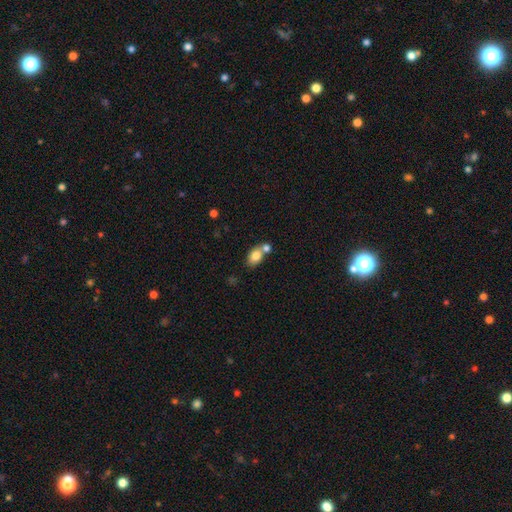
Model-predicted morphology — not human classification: smooth-or-featured: smooth: 81% | featured or disk: 11% | star or artifact: 8%
  how-rounded: in between: 79% | round: 20% | cigar-shaped: 2%
  merging: none: 46% | merger: 40% | minor disturbance: 11% | major disturbance: 4%